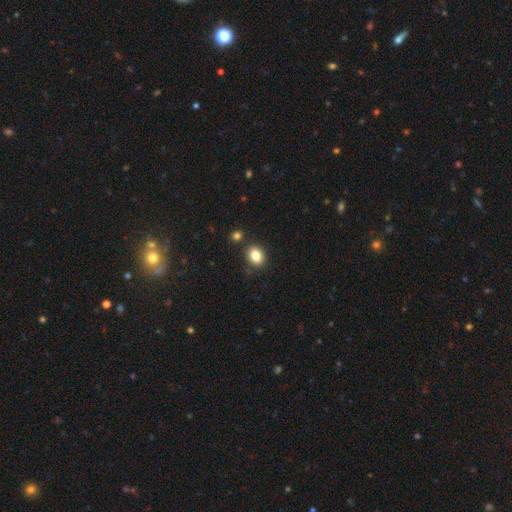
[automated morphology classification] Smooth or featured?
  - smooth: 84% *
  - star or artifact: 10%
  - featured or disk: 7%
How rounded?
  - in between: 58% *
  - round: 41%
  - cigar-shaped: 1%
Merging?
  - none: 82% *
  - minor disturbance: 10%
  - merger: 6%
  - major disturbance: 3%